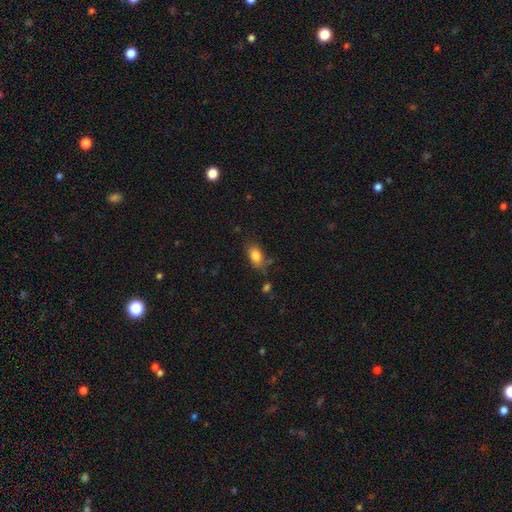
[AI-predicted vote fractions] smooth-or-featured: smooth: 83% | featured or disk: 9% | star or artifact: 8%
  how-rounded: in between: 86% | round: 10% | cigar-shaped: 4%
  merging: none: 70% | minor disturbance: 21% | major disturbance: 5% | merger: 4%